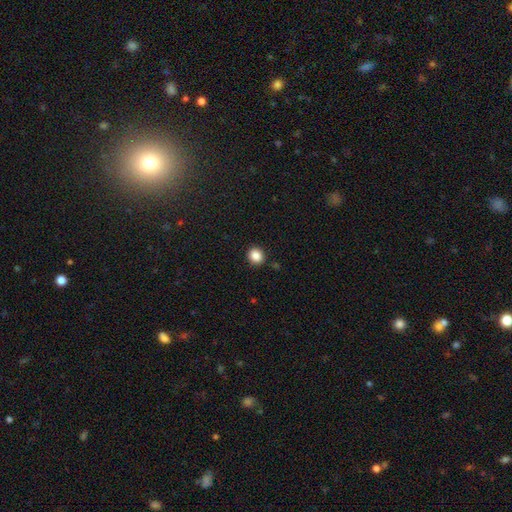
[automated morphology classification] type=smooth (86%); roundness=round (86%); merging=none (91%).